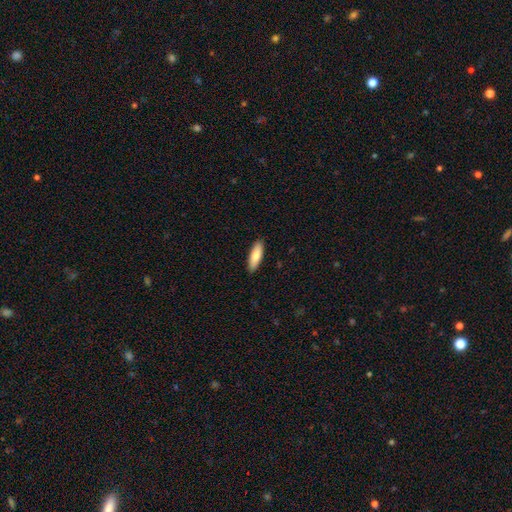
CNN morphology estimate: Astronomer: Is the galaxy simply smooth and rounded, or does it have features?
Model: smooth — 81%.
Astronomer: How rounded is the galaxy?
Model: in between — 54% (runner-up: cigar-shaped, 44%).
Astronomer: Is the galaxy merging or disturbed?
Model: none — 90%.